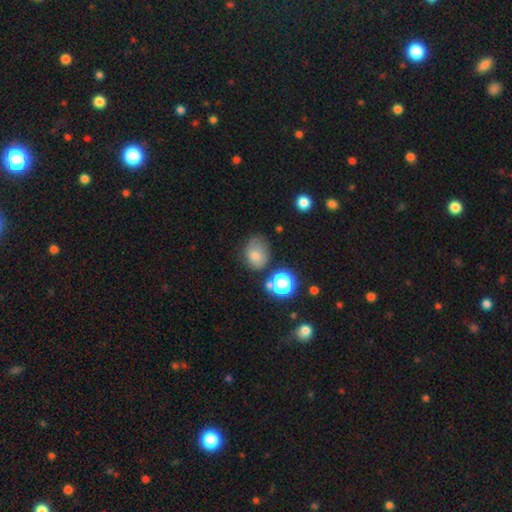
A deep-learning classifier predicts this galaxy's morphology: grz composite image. It shows a smooth galaxy with no disk features (71%) that is in between round and cigar-shaped (53%). Merging: none (51%).